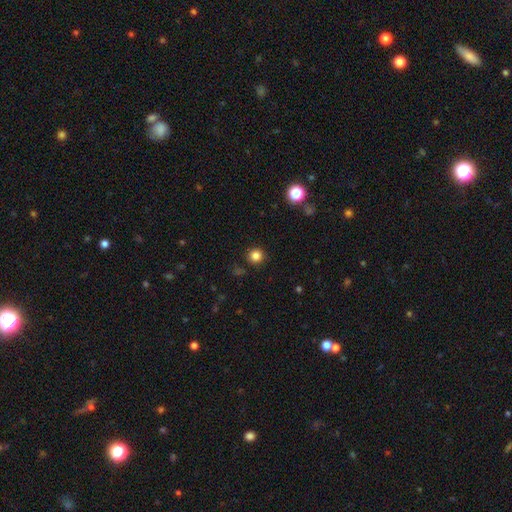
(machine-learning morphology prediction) smooth 83%, star or artifact 13%, featured or disk 4%. Down the decision tree: how rounded — round (93%); merging — none (91%).